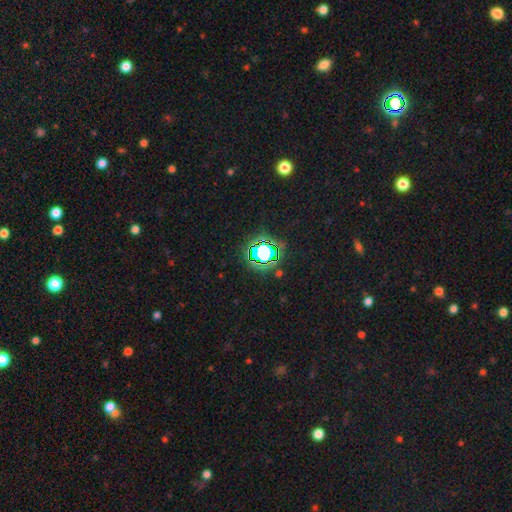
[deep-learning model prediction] The model was most divided on "smooth or featured": star or artifact: 69%, smooth: 20%, featured or disk: 10%.